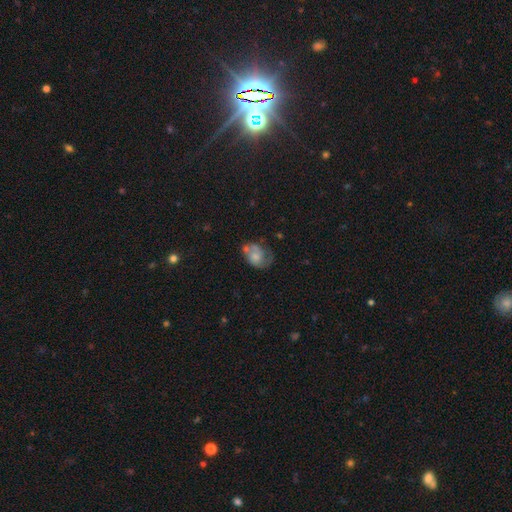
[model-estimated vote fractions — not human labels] This is possibly a smooth galaxy (47%). Merging: marginally none (35%).